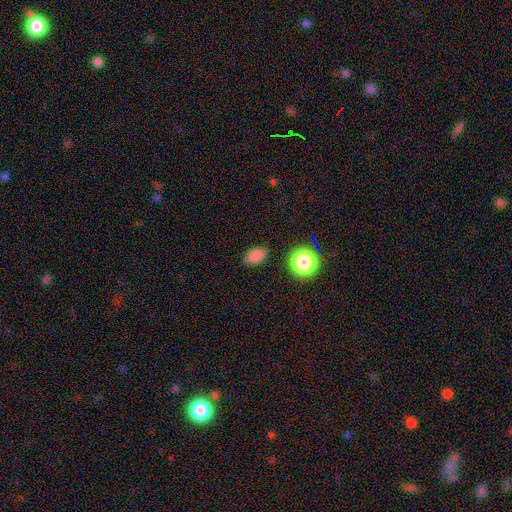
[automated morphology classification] Smooth or featured? smooth (81%)
How rounded? in between (80%)
Merging? none (85%)